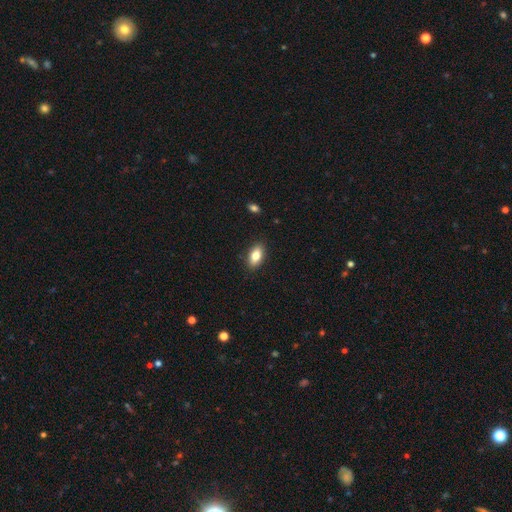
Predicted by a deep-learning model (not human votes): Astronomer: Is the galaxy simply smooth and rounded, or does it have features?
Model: smooth — 81%.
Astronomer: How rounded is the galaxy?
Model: in between — 90%.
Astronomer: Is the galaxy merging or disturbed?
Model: none — 89%.